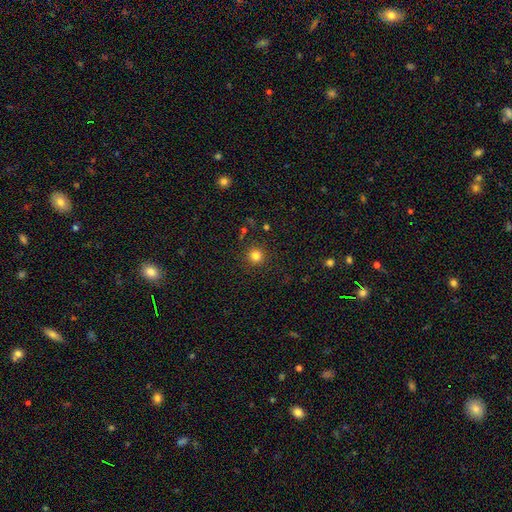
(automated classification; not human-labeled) Q: Smooth or featured?
A: smooth (81%); runner-up: star or artifact (13%)
Q: How rounded?
A: round (95%); runner-up: in between (4%)
Q: Merging?
A: none (90%); runner-up: minor disturbance (6%)